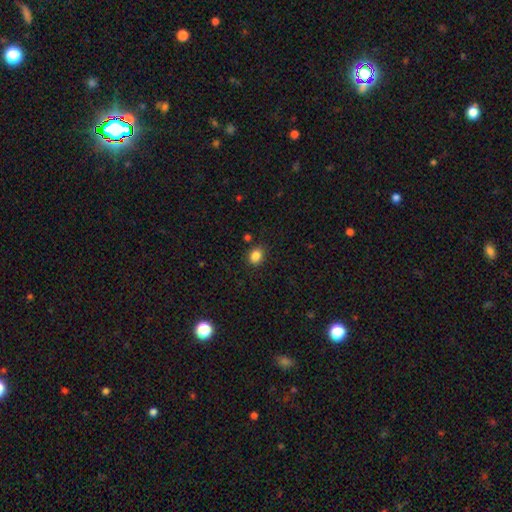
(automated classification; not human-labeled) Q: Smooth or featured?
A: smooth (85%); runner-up: star or artifact (11%)
Q: How rounded?
A: round (57%); runner-up: in between (42%)
Q: Merging?
A: none (86%); runner-up: minor disturbance (9%)